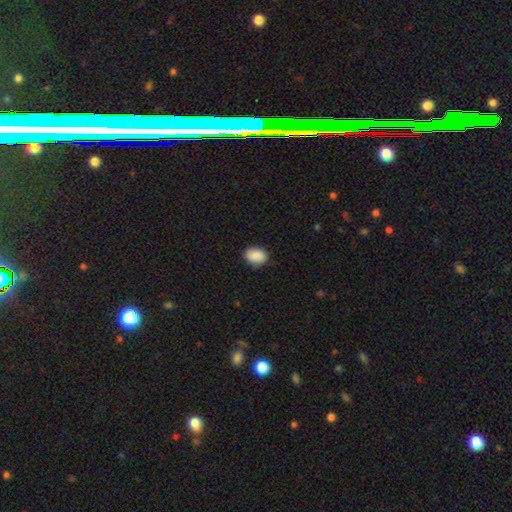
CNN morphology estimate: A smooth galaxy with no disk features (87%) that is in between round and cigar-shaped (72%). Merging: none (80%).